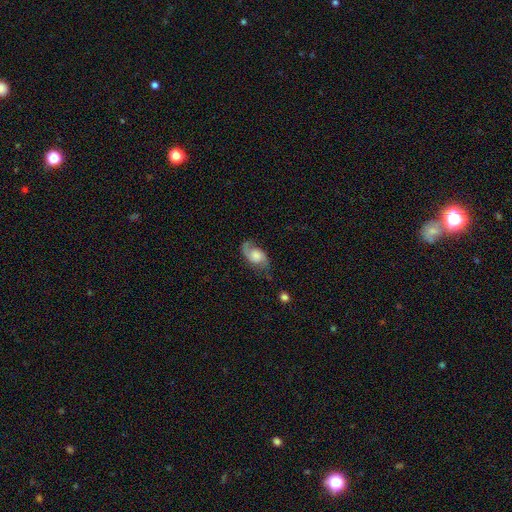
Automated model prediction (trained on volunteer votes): Q: Smooth or featured?
A: featured or disk (72%); runner-up: smooth (20%)
Q: Edge-on disk?
A: no (96%); runner-up: yes (4%)
Q: Bar?
A: no (66%); runner-up: weak (30%)
Q: Spiral arms?
A: yes (94%); runner-up: no (6%)
Q: Spiral winding?
A: medium (45%); runner-up: loose (38%)
Q: Spiral arm count?
A: 2 (81%); runner-up: 1 (12%)
Q: Bulge size?
A: moderate (33%); runner-up: large (28%)
Q: Merging?
A: none (65%); runner-up: minor disturbance (22%)